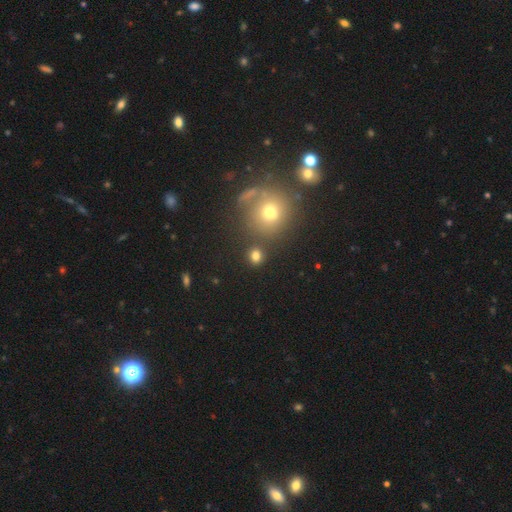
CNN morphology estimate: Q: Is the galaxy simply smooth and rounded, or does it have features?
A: smooth — 77%.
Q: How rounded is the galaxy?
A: round — 79%.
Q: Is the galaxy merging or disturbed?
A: none — 79%.